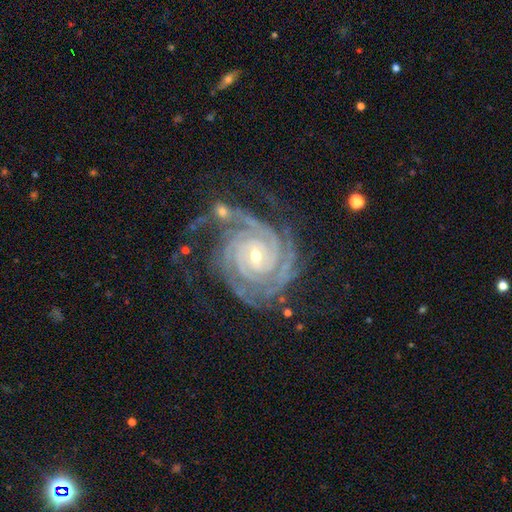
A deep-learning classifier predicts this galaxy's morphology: A featured or disk galaxy (93%) with no bar (47%), 3 (26%) tight (86%) spiral arms (99%) and a small central bulge (60%).

Vote fractions:
- Smooth or featured? featured or disk: 93% / star or artifact: 5% / smooth: 3%
- Edge-on disk? no: 98% / yes: 2%
- Bar? no: 47% / weak: 35% / strong: 19%
- Spiral arms? yes: 99% / no: 1%
- Spiral winding? tight: 86% / medium: 12% / loose: 2%
- Spiral arm count? 3: 26% / 4: 23% / 2: 22% / can't tell: 13% / more than 4: 9% / 1: 7%
- Bulge size? small: 60% / moderate: 37% / large: 1% / none: 1% / dominant: 1%
- Merging? none: 60% / minor disturbance: 21% / major disturbance: 13% / merger: 5%